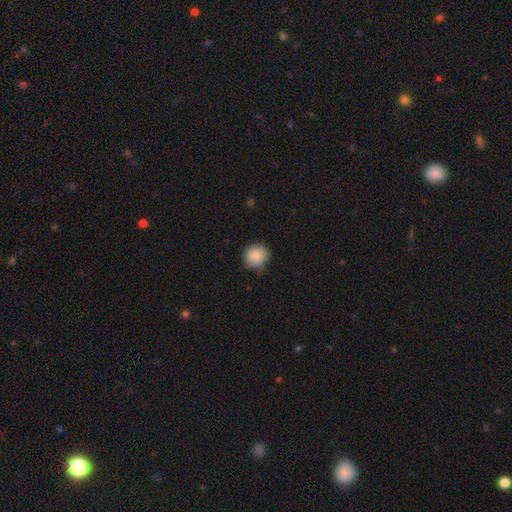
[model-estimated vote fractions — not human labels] Q: Smooth or featured?
A: smooth (88%); runner-up: star or artifact (8%)
Q: How rounded?
A: round (90%); runner-up: in between (9%)
Q: Merging?
A: none (80%); runner-up: minor disturbance (16%)